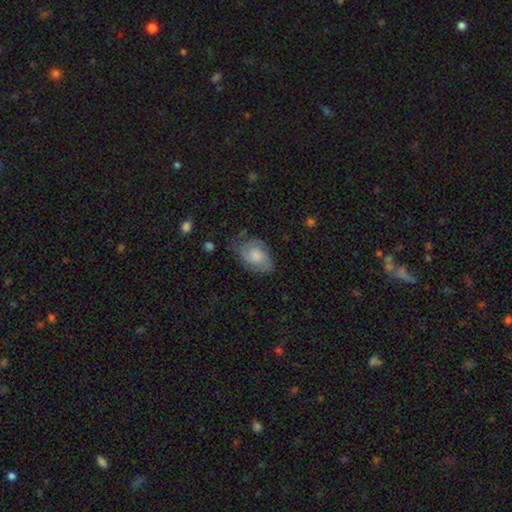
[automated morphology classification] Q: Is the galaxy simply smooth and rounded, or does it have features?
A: featured or disk — 47%.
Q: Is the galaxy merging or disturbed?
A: none — 58%.